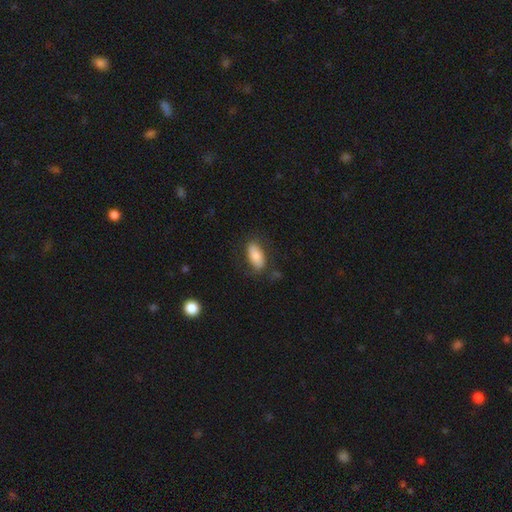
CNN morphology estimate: smooth-or-featured: smooth: 79% | featured or disk: 14% | star or artifact: 7%
  how-rounded: in between: 88% | cigar-shaped: 9% | round: 3%
  merging: none: 74% | minor disturbance: 17% | major disturbance: 7% | merger: 2%